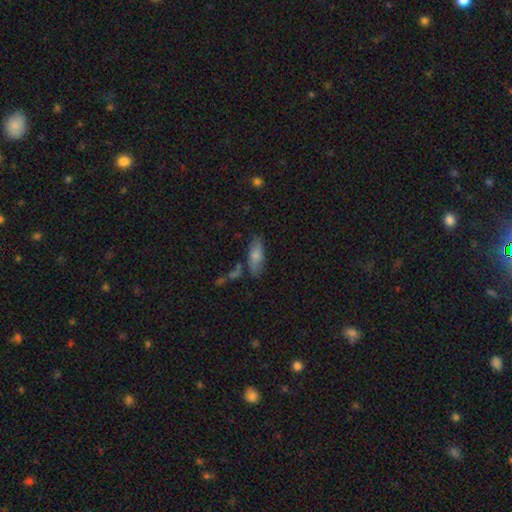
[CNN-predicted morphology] Smooth or featured: smooth — 73% (featured or disk — 19%)
How rounded: in between — 72% (cigar-shaped — 25%)
Merging: none — 66% (minor disturbance — 21%)